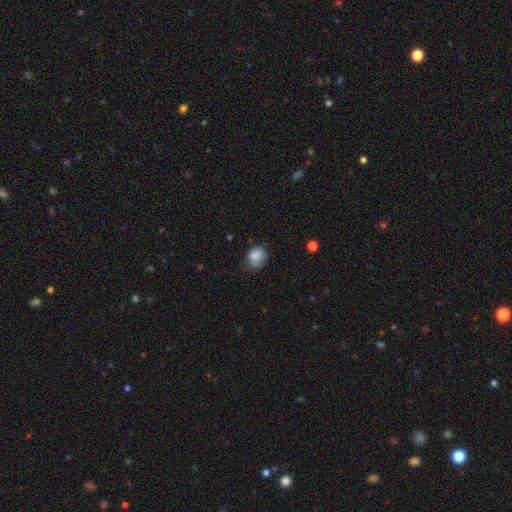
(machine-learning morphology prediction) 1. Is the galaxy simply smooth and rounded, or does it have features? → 81% smooth, 10% featured or disk, 9% star or artifact.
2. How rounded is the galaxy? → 61% round, 38% in between, 1% cigar-shaped.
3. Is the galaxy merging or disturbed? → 59% none, 31% minor disturbance, 9% major disturbance, 2% merger.